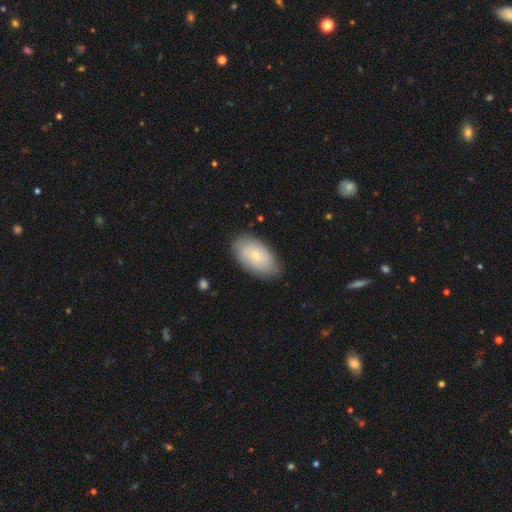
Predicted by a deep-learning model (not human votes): This appears to be a smooth galaxy with no disk features (57%) that is in between round and cigar-shaped (93%). Merging: none (80%).